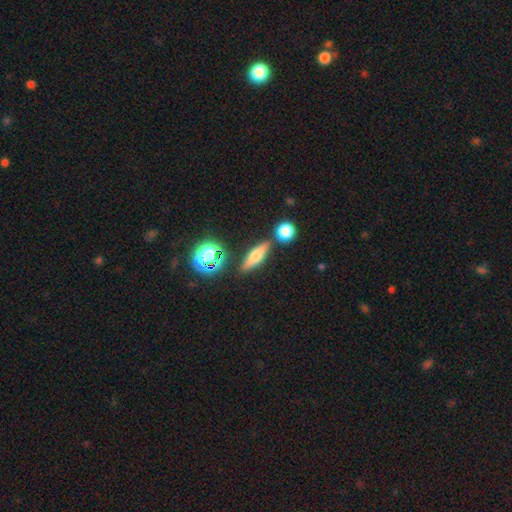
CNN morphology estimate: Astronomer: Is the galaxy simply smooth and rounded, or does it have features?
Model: smooth — 48% (runner-up: featured or disk, 39%).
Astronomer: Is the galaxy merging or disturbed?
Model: none — 80%.